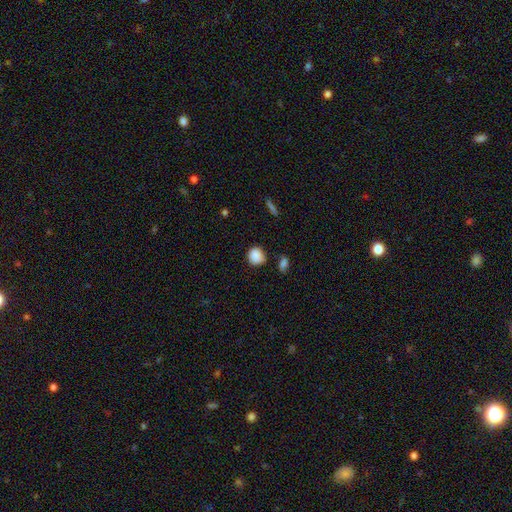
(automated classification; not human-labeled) smooth_or_featured: smooth (p=0.88) [alt: star or artifact p=0.09]
how_rounded: round (p=0.81) [alt: in between p=0.18]
merging: none (p=0.77) [alt: minor disturbance p=0.15]